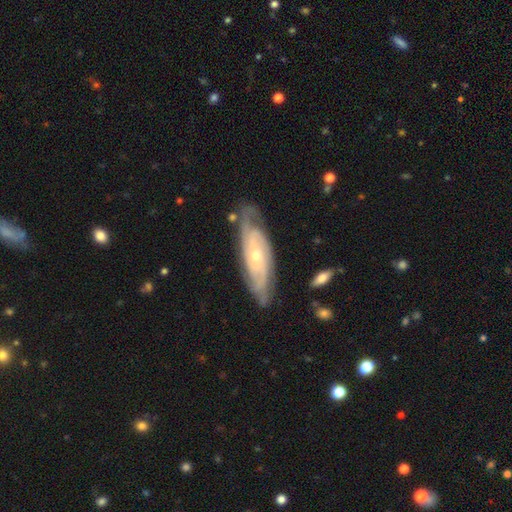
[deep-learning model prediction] A featured or disk galaxy (84%) with no bar (67%), tight (67%) spiral arms (95%) and a small central bulge (65%). Merging: none (74%).